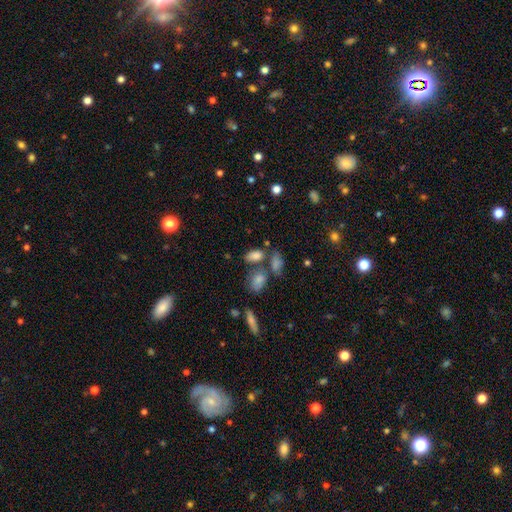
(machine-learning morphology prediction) This appears to be a smooth galaxy with no disk features (80%) that is in between round and cigar-shaped (88%). Merging: none (51%).